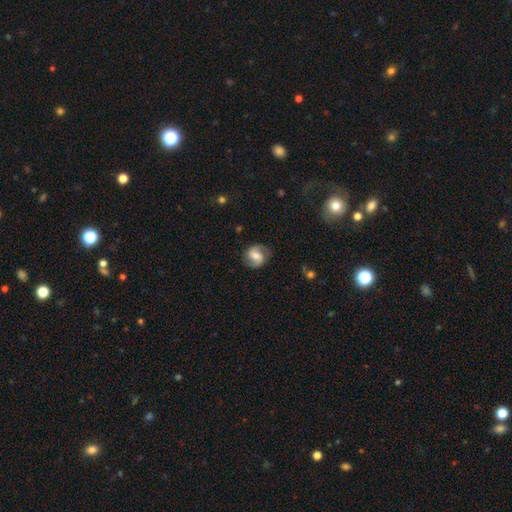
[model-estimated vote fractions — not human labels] Smooth or featured? featured or disk (74%)
Edge-on disk? no (98%)
Bar? weak (47%)
Spiral arms? yes (93%)
Spiral winding? medium (48%)
Spiral arm count? 2 (91%)
Bulge size? moderate (63%)
Merging? none (82%)